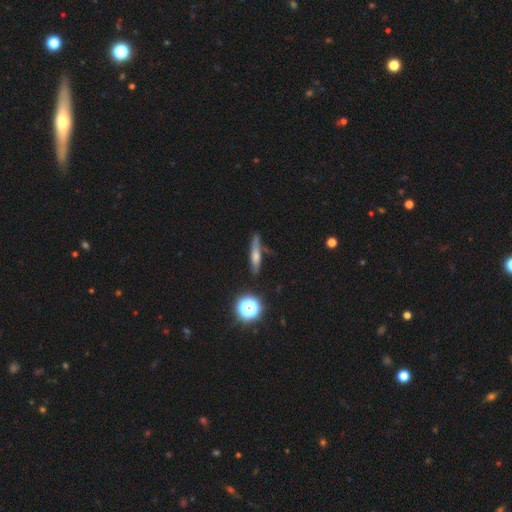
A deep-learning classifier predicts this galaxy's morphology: Smooth or featured: smooth — 53% (featured or disk — 33%)
How rounded: cigar-shaped — 78% (in between — 14%)
Merging: none — 70% (minor disturbance — 19%)